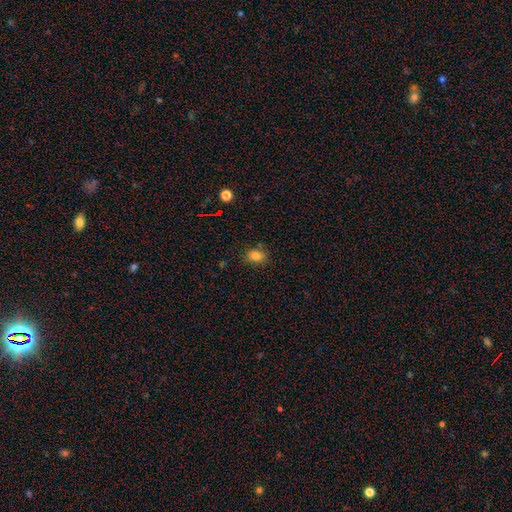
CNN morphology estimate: type=smooth (80%); roundness=in between (64%); merging=none (83%).